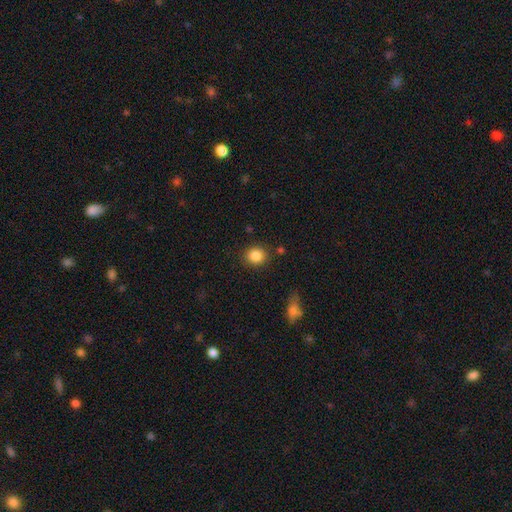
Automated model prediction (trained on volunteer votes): Smooth or featured? smooth (86%)
How rounded? round (80%)
Merging? none (86%)